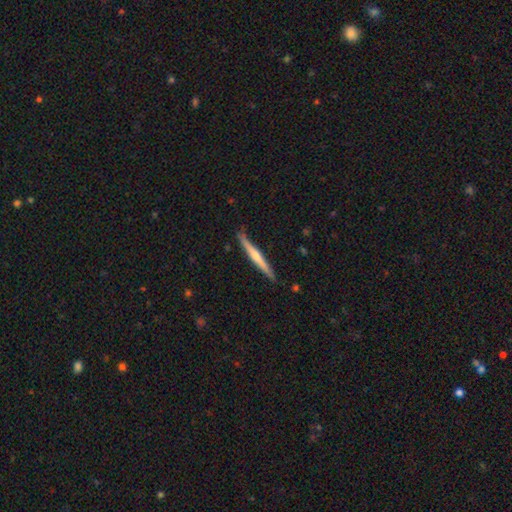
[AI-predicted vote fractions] Q: Smooth or featured?
A: featured or disk (60%); runner-up: smooth (35%)
Q: Edge-on disk?
A: yes (98%); runner-up: no (2%)
Q: Edge-on bulge?
A: rounded (67%); runner-up: none (27%)
Q: Merging?
A: none (88%); runner-up: minor disturbance (9%)